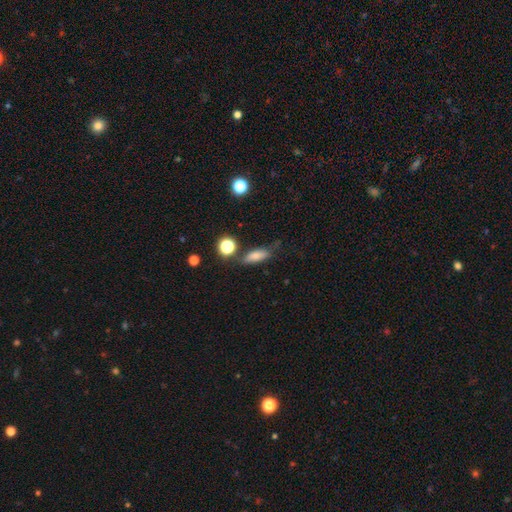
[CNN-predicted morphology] The model was most divided on "how rounded": in between: 64%, cigar-shaped: 29%, round: 7%. More confident: smooth or featured — smooth (74%); merging — none (64%).